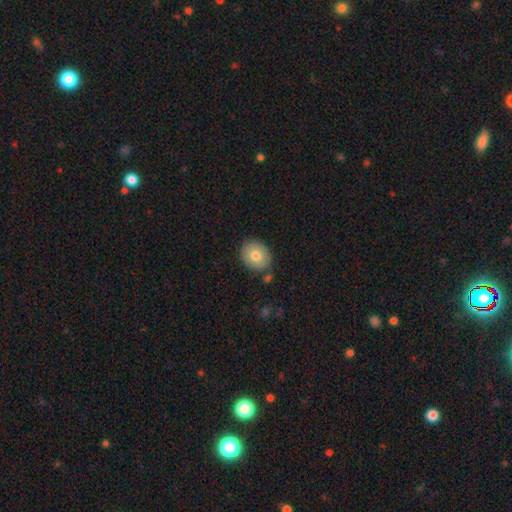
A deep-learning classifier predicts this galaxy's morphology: Overall: smooth (76%). How rounded: round (53%; in between 46%). Merging: none (80%).